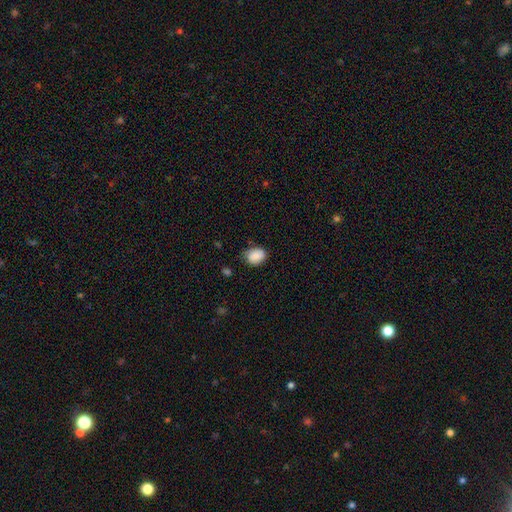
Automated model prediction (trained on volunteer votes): A smooth galaxy with no disk features (86%) that is in between round and cigar-shaped (57%). Merging: none (70%).